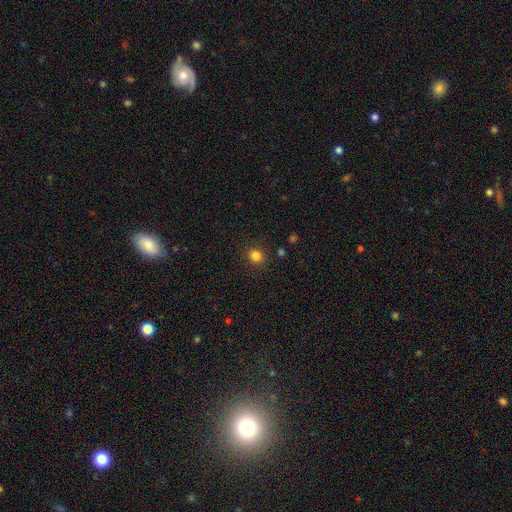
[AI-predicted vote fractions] Overall: smooth (83%). How rounded: round (80%). Merging: none (89%).